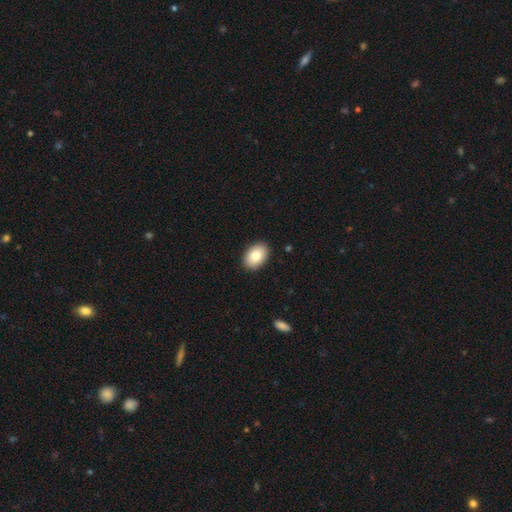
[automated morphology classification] smooth_or_featured: smooth (p=0.82) [alt: featured or disk p=0.11]
how_rounded: in between (p=0.87) [alt: round p=0.12]
merging: none (p=0.90) [alt: minor disturbance p=0.08]